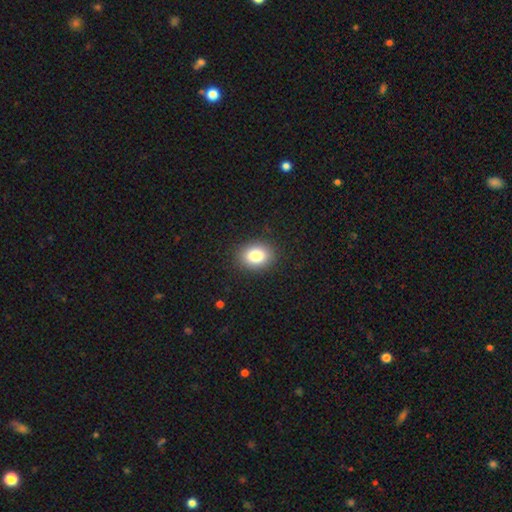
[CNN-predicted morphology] Smooth or featured? smooth (83%)
How rounded? in between (58%)
Merging? none (89%)